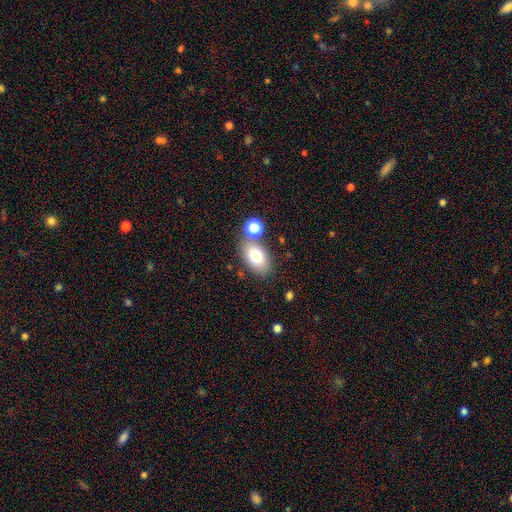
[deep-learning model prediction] Smooth or featured? Predicted: smooth (p=0.76). How rounded? Predicted: in between (p=0.87). Merging? Predicted: none (p=0.71).